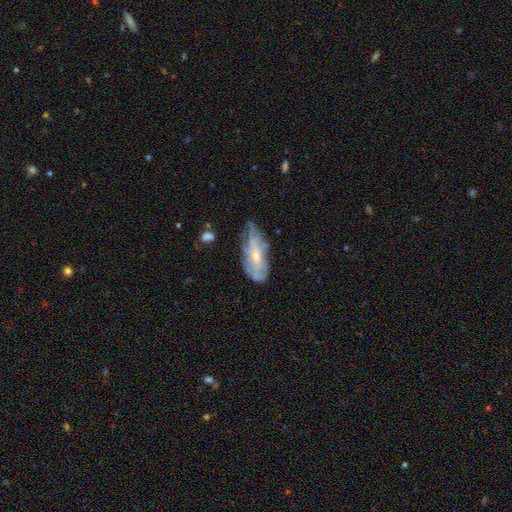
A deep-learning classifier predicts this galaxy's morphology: A featured or disk galaxy (62%) with no bar (71%), spiral arms (62%) and a small central bulge (58%). Merging: none (55%).